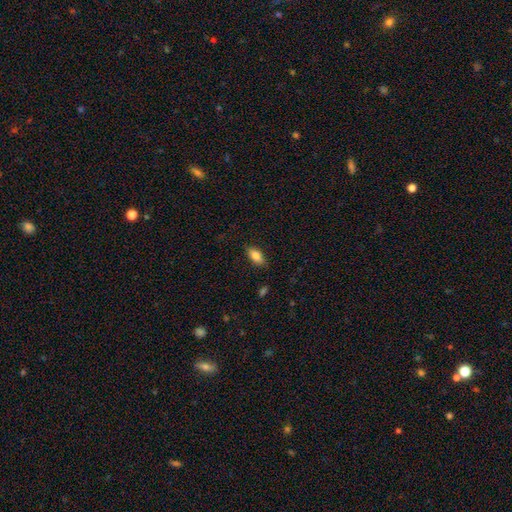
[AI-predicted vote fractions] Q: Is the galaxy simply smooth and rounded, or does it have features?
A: smooth — 82%.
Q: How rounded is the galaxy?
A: in between — 86%.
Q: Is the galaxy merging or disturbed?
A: none — 85%.